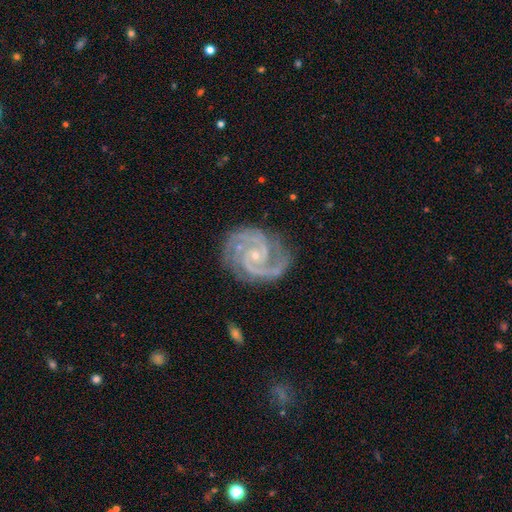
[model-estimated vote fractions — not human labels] A featured or disk galaxy (93%) with no bar (66%), 2 (66%) tight (57%) spiral arms (99%) and a small central bulge (81%). Merging: none (79%).